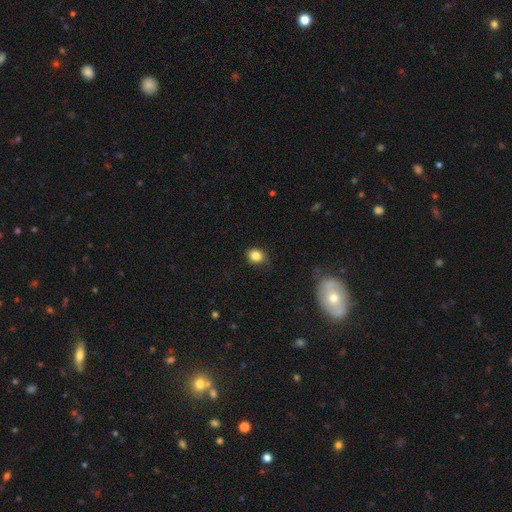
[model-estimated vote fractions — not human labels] Q: Smooth or featured?
A: smooth (84%); runner-up: star or artifact (11%)
Q: How rounded?
A: round (62%); runner-up: in between (37%)
Q: Merging?
A: none (80%); runner-up: minor disturbance (16%)